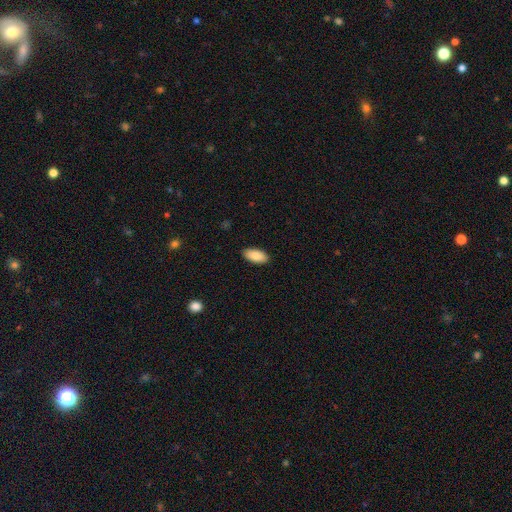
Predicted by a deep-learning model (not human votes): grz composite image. It shows a smooth galaxy with no disk features (88%) that is in between round and cigar-shaped (93%). Merging: none (90%).